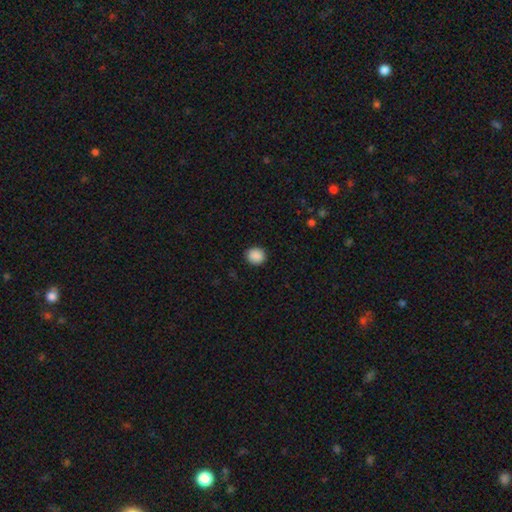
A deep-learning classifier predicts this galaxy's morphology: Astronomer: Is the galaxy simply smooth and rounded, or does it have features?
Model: smooth — 89%.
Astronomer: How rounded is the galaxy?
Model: round — 78%.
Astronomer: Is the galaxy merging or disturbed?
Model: none — 90%.